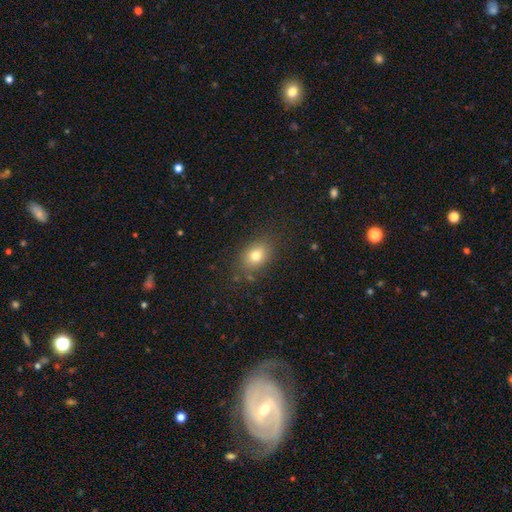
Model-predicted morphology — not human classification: Smooth or featured? Predicted: smooth (p=0.78). How rounded? Predicted: in between (p=0.64). Merging? Predicted: none (p=0.80).